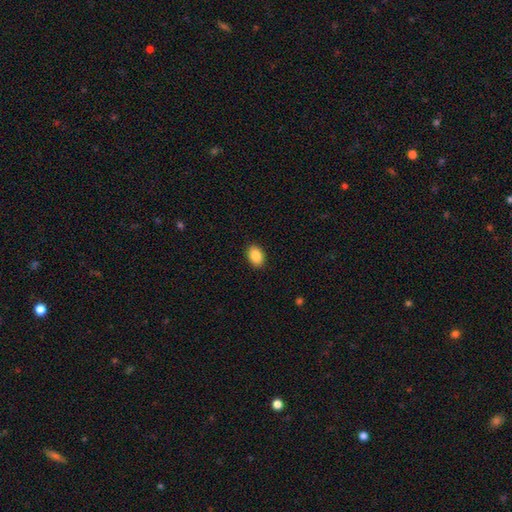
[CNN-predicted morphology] Overall: smooth (88%). How rounded: in between (81%). Merging: none (90%).